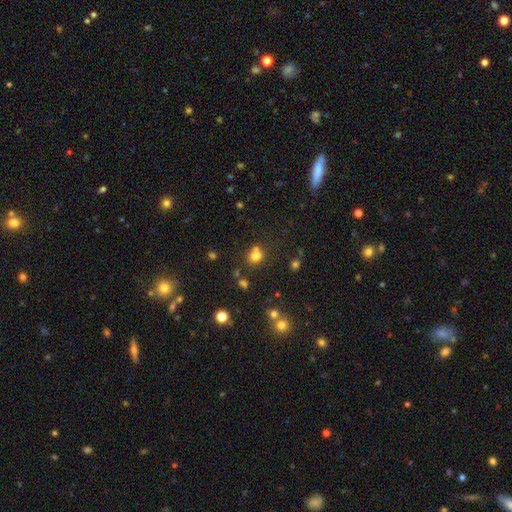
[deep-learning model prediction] Smooth or featured? Predicted: smooth (p=0.72). How rounded? Predicted: round (p=0.76). Merging? Predicted: none (p=0.58).